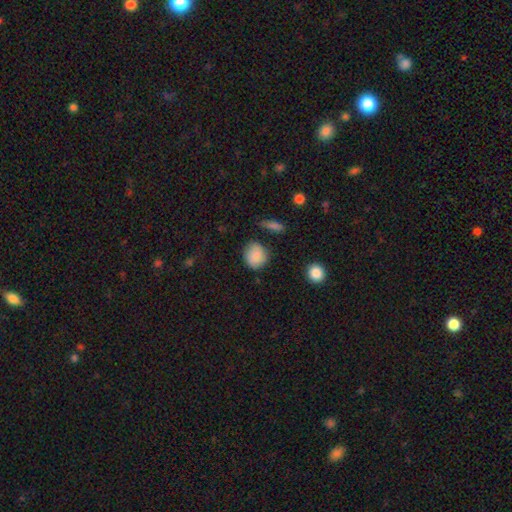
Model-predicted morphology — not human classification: A smooth galaxy with no disk features (86%) that is round (73%). Merging: none (71%).